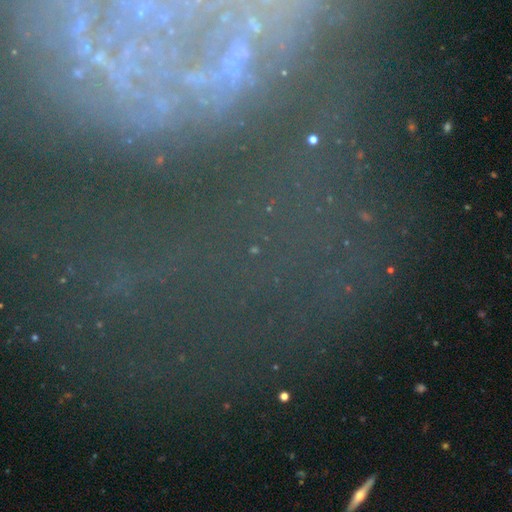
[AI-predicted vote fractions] Q: Smooth or featured?
A: star or artifact (50%); runner-up: featured or disk (32%)